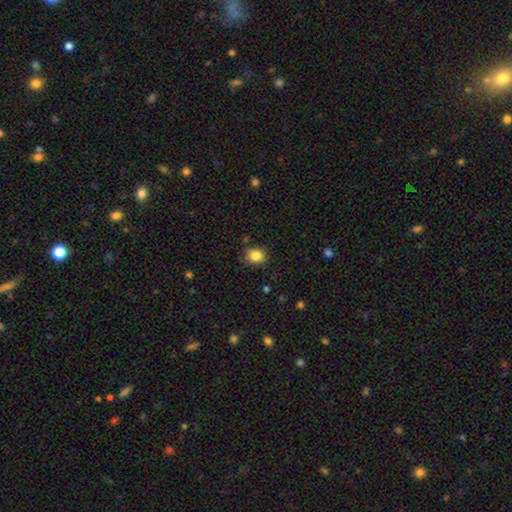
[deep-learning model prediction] Morphology: type=smooth (85%); roundness=round (70%); merging=none (83%).